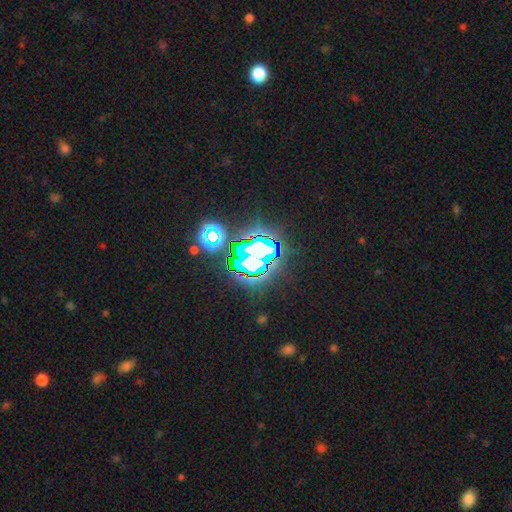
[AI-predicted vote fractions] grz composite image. It shows a star or artifact, not a galaxy (70%).